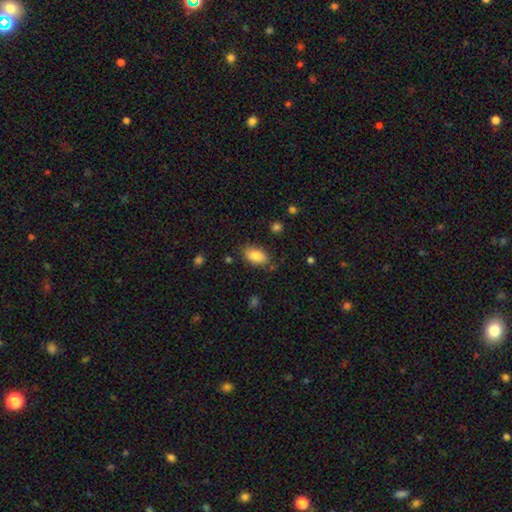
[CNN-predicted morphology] smooth_or_featured: smooth (p=0.84) [alt: featured or disk p=0.09]
how_rounded: in between (p=0.92) [alt: round p=0.06]
merging: none (p=0.77) [alt: minor disturbance p=0.16]